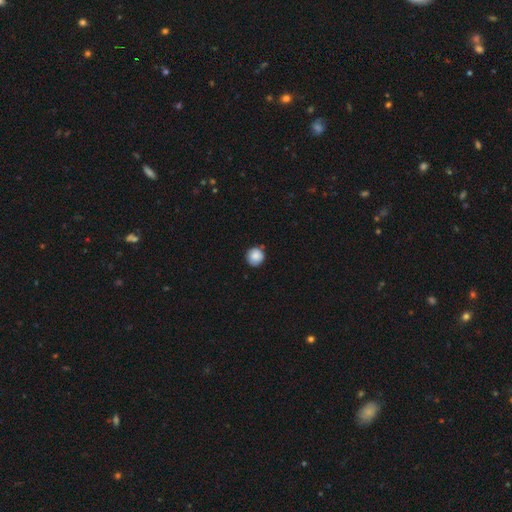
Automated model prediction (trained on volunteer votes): This is clearly a smooth galaxy (86%). How rounded: clearly round (93%). Merging: clearly none (83%).